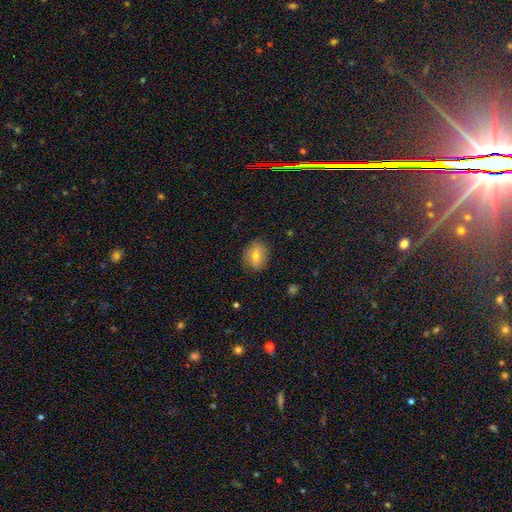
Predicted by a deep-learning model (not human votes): Smooth or featured? smooth (75%)
How rounded? round (50%)
Merging? none (83%)